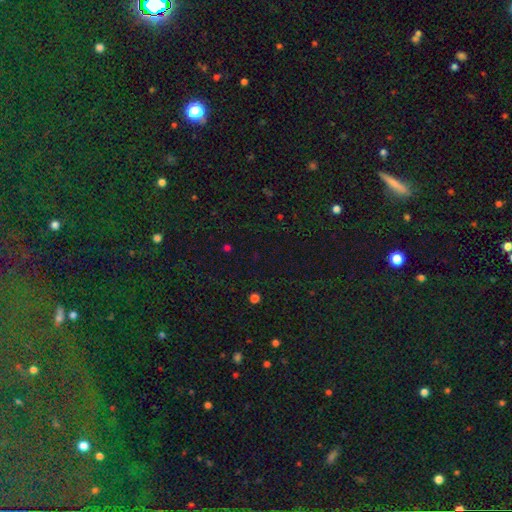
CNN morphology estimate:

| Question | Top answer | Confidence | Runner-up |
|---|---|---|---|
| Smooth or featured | star or artifact | 62% | smooth (32%) |